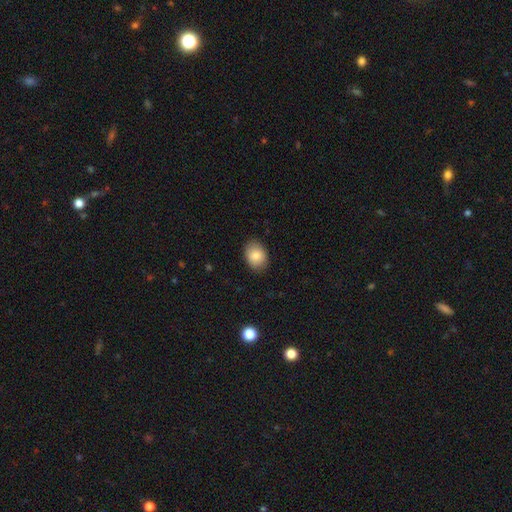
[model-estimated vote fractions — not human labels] This is clearly a smooth galaxy (84%). How rounded: likely in between (67%). Merging: clearly none (86%).